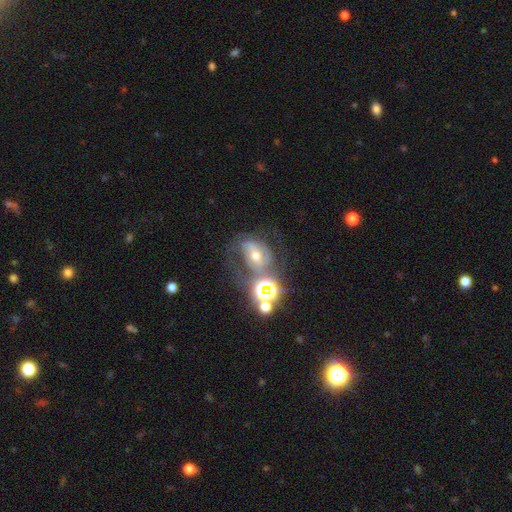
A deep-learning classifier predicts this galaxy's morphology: Smooth or featured?
  - featured or disk: 50% *
  - smooth: 25%
  - star or artifact: 25%
Edge-on disk?
  - no: 95% *
  - yes: 5%
Merging?
  - none: 43% *
  - major disturbance: 21%
  - minor disturbance: 19%
  - merger: 18%